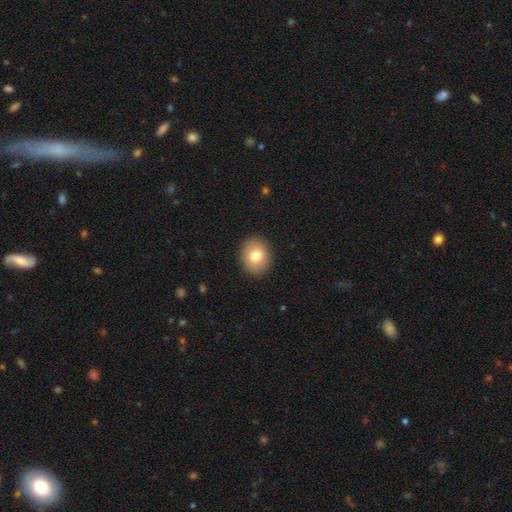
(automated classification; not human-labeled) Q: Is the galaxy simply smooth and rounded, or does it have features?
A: smooth — 78%.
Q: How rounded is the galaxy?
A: round — 63%.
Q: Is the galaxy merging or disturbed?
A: none — 90%.